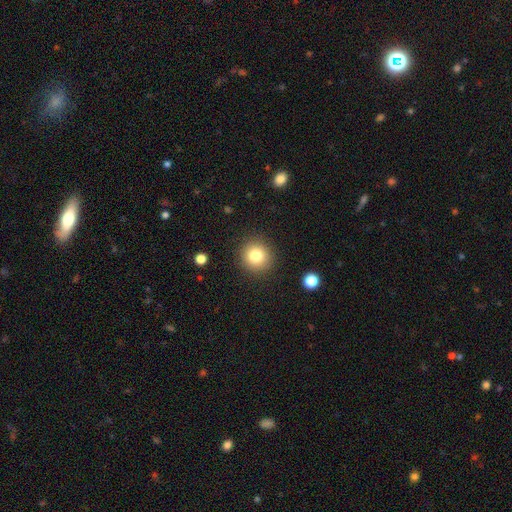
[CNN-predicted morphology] Smooth or featured: smooth — 80% (star or artifact — 11%)
How rounded: round — 93% (in between — 6%)
Merging: none — 90% (minor disturbance — 7%)